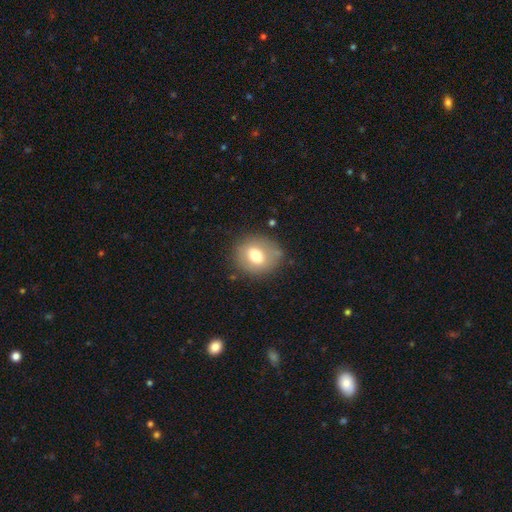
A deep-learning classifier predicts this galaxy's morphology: smooth 68%, featured or disk 24%, star or artifact 9%. Down the decision tree: how rounded — round (64%); merging — none (76%).